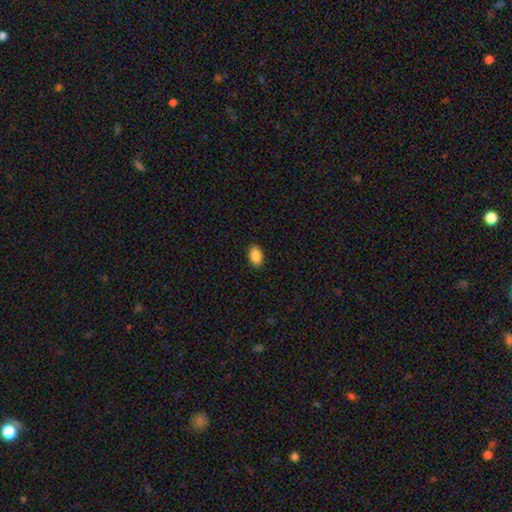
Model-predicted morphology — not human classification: A smooth galaxy with no disk features (88%) that is in between round and cigar-shaped (88%).

Vote fractions:
- Smooth or featured? smooth: 88% / star or artifact: 7% / featured or disk: 5%
- How rounded? in between: 88% / round: 10% / cigar-shaped: 1%
- Merging? none: 87% / minor disturbance: 10% / major disturbance: 2% / merger: 1%